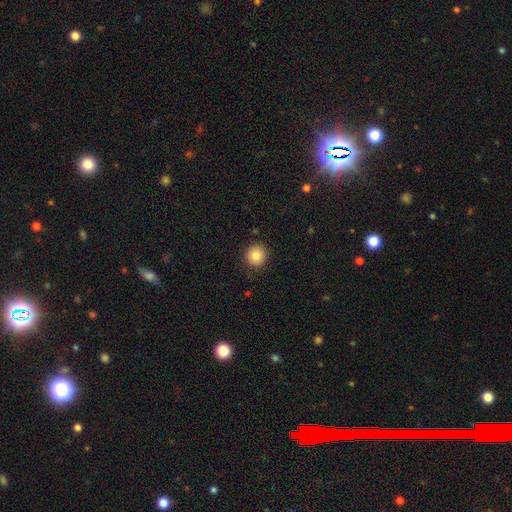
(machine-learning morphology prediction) Smooth or featured? Predicted: smooth (p=0.84). How rounded? Predicted: round (p=0.94). Merging? Predicted: none (p=0.90).